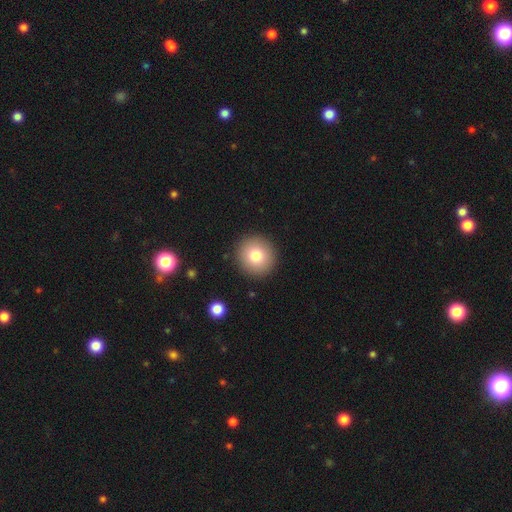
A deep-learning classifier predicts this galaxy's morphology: Q: Smooth or featured?
A: smooth (78%); runner-up: featured or disk (12%)
Q: How rounded?
A: round (93%); runner-up: in between (6%)
Q: Merging?
A: none (91%); runner-up: minor disturbance (6%)